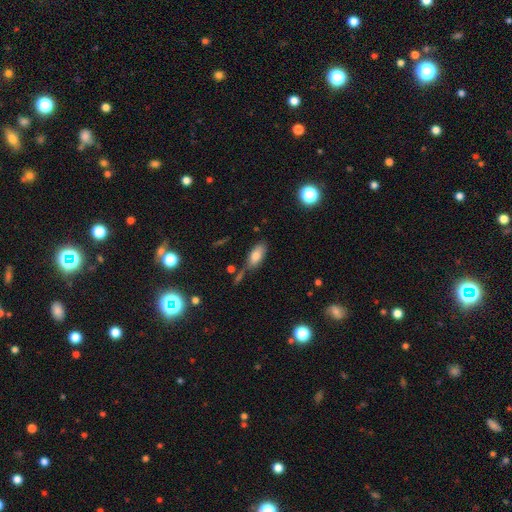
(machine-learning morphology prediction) This appears to be a smooth galaxy with no disk features (78%) that is in between round and cigar-shaped (88%). Merging: none (61%).